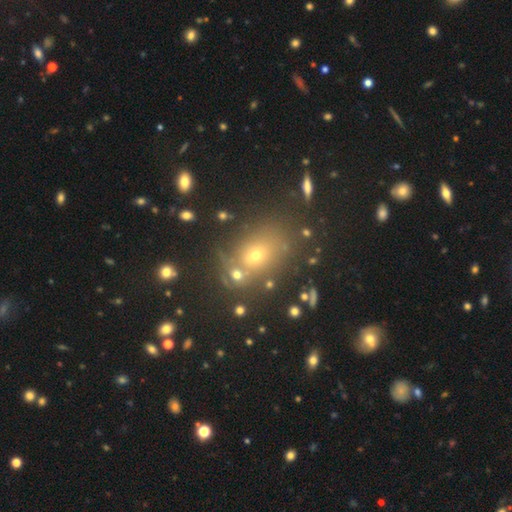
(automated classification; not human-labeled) Q: Smooth or featured?
A: smooth (59%); runner-up: star or artifact (24%)
Q: How rounded?
A: in between (61%); runner-up: round (37%)
Q: Merging?
A: none (66%); runner-up: merger (16%)